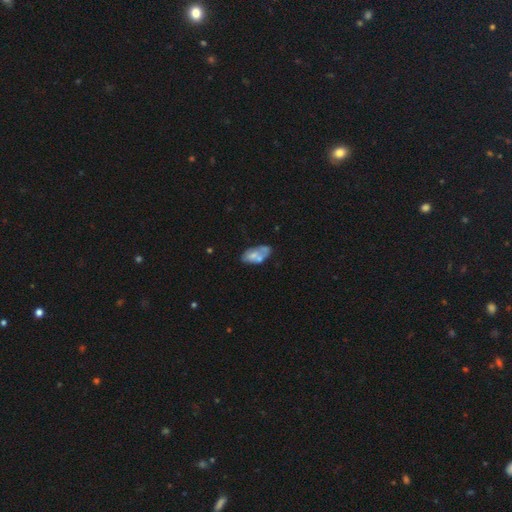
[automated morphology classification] smooth_or_featured: smooth (p=0.50) [alt: featured or disk p=0.42]
how_rounded: in between (p=0.91) [alt: cigar-shaped p=0.04]
merging: none (p=0.39) [alt: merger p=0.24]